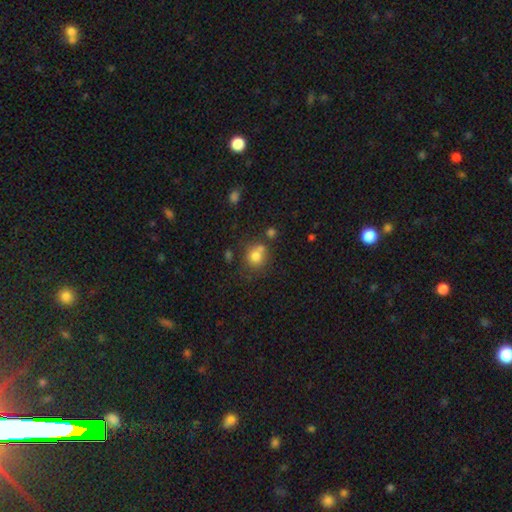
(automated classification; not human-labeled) smooth_or_featured: smooth (p=0.76) [alt: star or artifact p=0.12]
how_rounded: round (p=0.76) [alt: in between p=0.23]
merging: none (p=0.50) [alt: merger p=0.28]